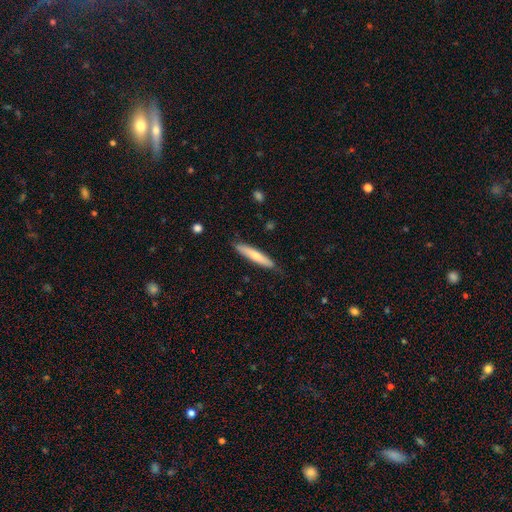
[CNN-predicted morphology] smooth 66%, featured or disk 29%, star or artifact 5%. Down the decision tree: how rounded — cigar-shaped (91%); merging — none (85%).